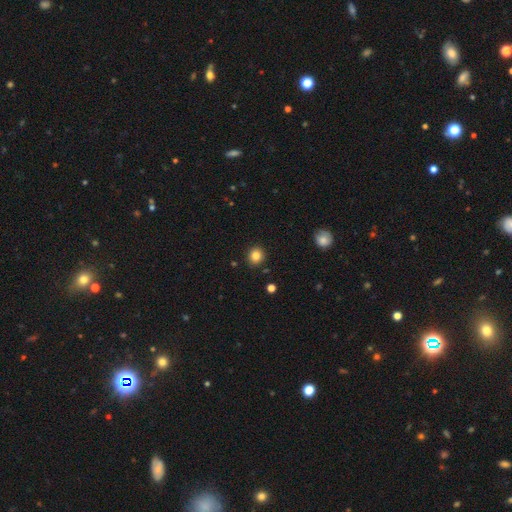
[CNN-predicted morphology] type=smooth (83%); roundness=round (89%); merging=none (91%).